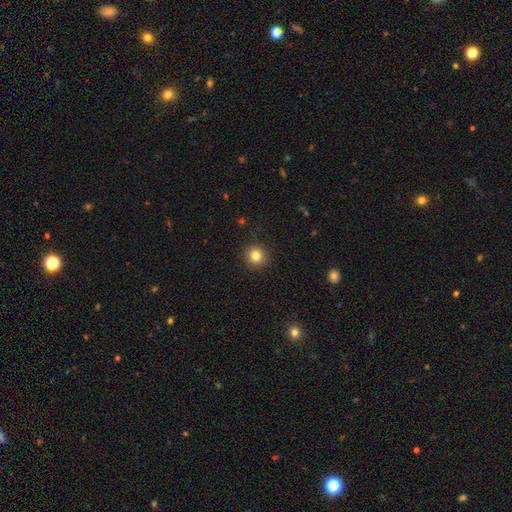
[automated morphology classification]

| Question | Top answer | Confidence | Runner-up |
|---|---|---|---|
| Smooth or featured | smooth | 82% | star or artifact (12%) |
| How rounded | round | 92% | in between (7%) |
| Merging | none | 92% | minor disturbance (6%) |